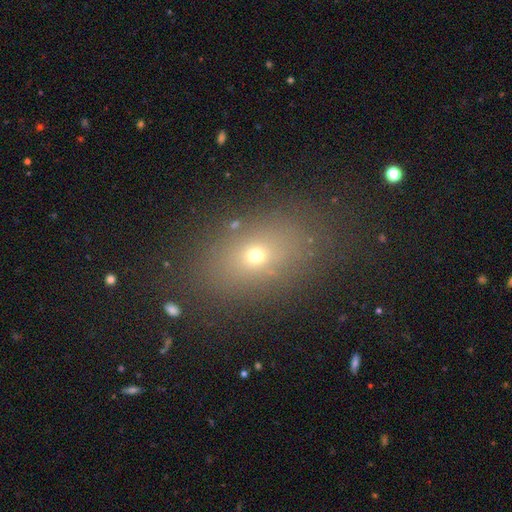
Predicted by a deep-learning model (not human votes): Overall: smooth (62%). How rounded: in between (74%). Merging: none (82%).